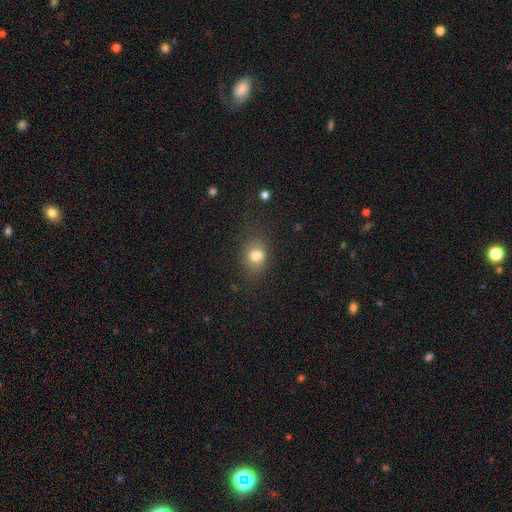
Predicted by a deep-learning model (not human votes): Overall: smooth (75%). How rounded: round (51%; in between 47%). Merging: none (62%).